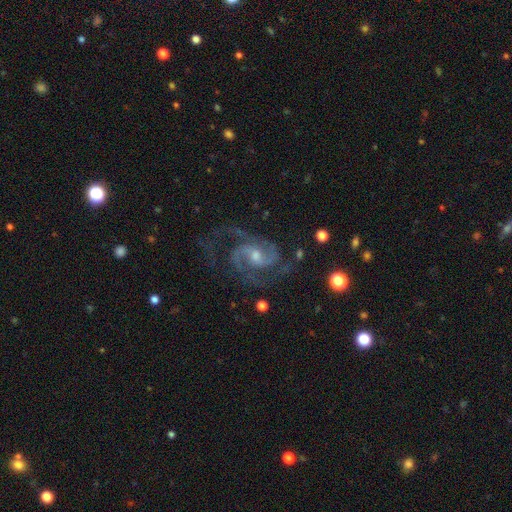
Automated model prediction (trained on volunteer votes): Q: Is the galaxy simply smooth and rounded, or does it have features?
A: featured or disk — 92%.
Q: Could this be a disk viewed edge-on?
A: no — 98%.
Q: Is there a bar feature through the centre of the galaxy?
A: weak — 45%.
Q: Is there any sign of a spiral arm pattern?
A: yes — 98%.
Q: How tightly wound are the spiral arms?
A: medium — 59%.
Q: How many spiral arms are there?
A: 2 — 82%.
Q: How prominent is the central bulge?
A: moderate — 49%.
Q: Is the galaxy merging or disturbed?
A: none — 70%.